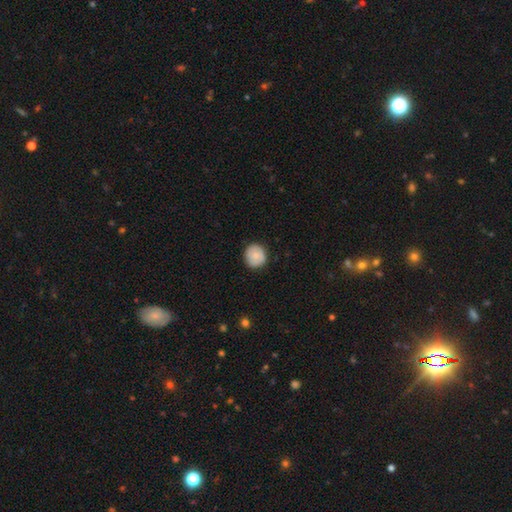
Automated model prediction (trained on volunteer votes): smooth_or_featured: smooth (p=0.75) [alt: featured or disk p=0.17]
how_rounded: round (p=0.89) [alt: in between p=0.10]
merging: none (p=0.85) [alt: minor disturbance p=0.12]